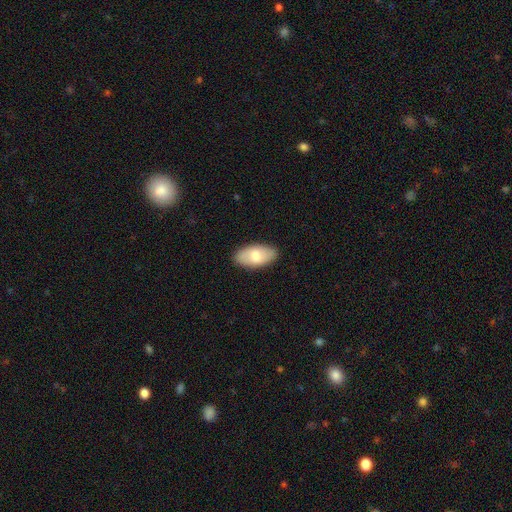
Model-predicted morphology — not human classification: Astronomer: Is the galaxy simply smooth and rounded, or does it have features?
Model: smooth — 73%.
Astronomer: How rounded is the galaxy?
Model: in between — 94%.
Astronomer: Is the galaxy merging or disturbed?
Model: none — 87%.